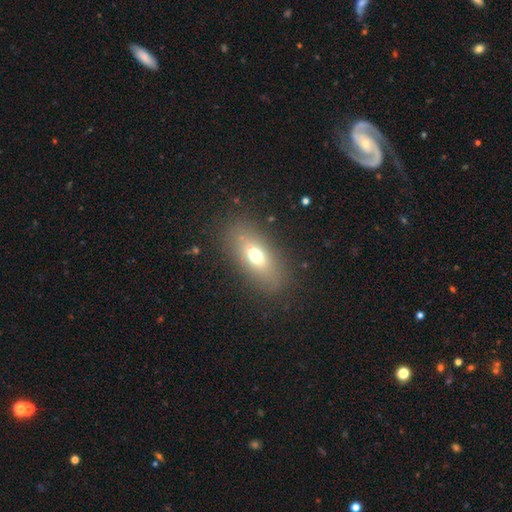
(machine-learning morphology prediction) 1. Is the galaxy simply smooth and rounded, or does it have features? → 63% smooth, 26% featured or disk, 12% star or artifact.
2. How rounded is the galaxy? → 79% in between, 13% cigar-shaped, 8% round.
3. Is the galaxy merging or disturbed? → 82% none, 11% minor disturbance, 6% major disturbance, 2% merger.